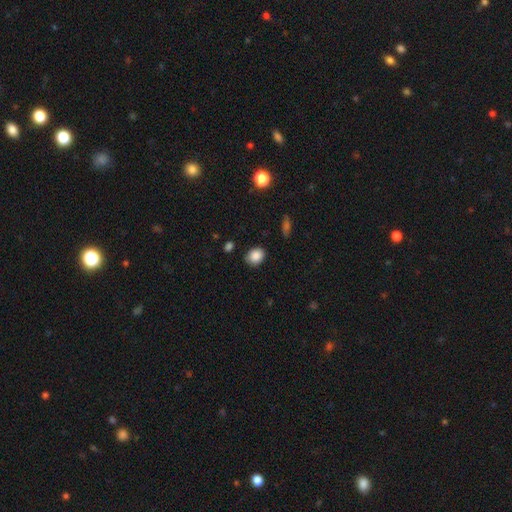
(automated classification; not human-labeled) Smooth or featured: smooth — 87% (star or artifact — 9%)
How rounded: round — 52% (in between — 47%)
Merging: none — 82% (minor disturbance — 13%)